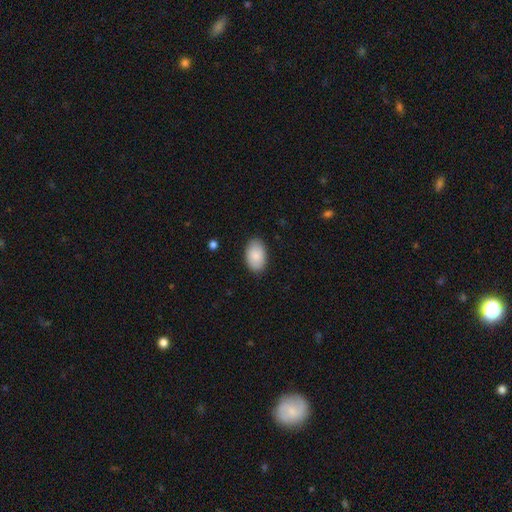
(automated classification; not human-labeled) smooth-or-featured: smooth: 87% | featured or disk: 7% | star or artifact: 6%
  how-rounded: in between: 92% | round: 7% | cigar-shaped: 1%
  merging: none: 87% | minor disturbance: 10% | major disturbance: 2% | merger: 1%